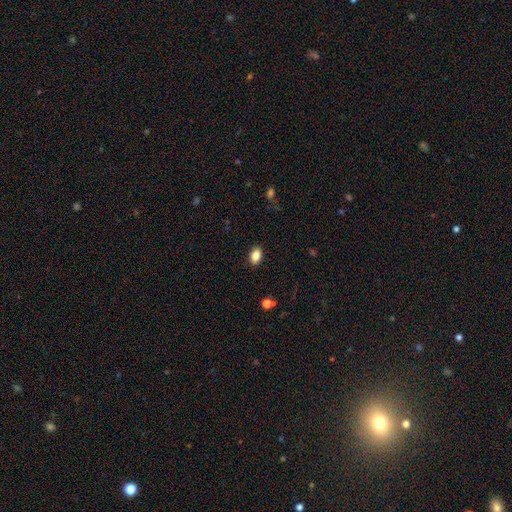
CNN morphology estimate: A smooth galaxy with no disk features (84%) that is in between round and cigar-shaped (86%). Merging: none (88%).